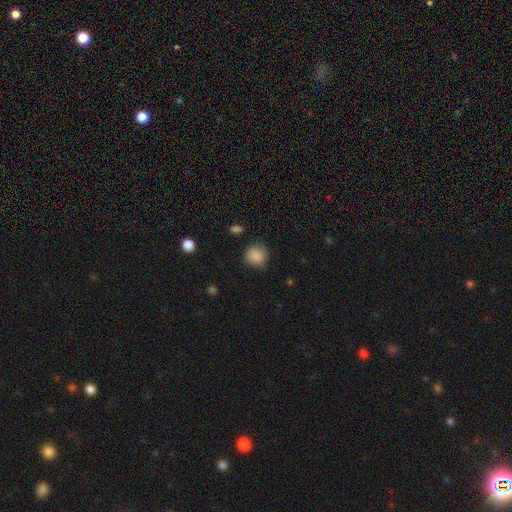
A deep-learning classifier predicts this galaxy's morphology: type=smooth (87%); roundness=round (87%); merging=none (78%).